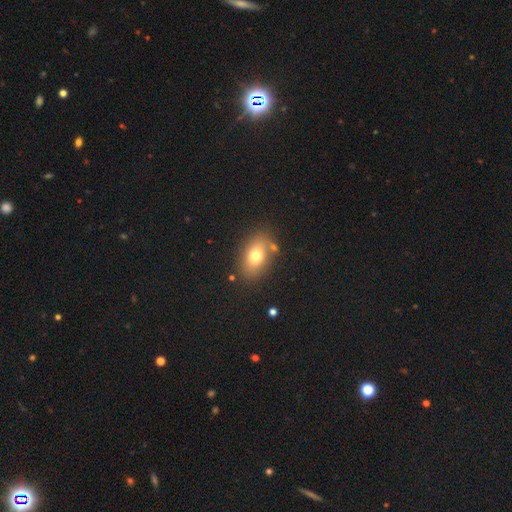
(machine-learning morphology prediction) smooth_or_featured: smooth (p=0.74) [alt: featured or disk p=0.16]
how_rounded: in between (p=0.83) [alt: round p=0.15]
merging: none (p=0.78) [alt: minor disturbance p=0.12]